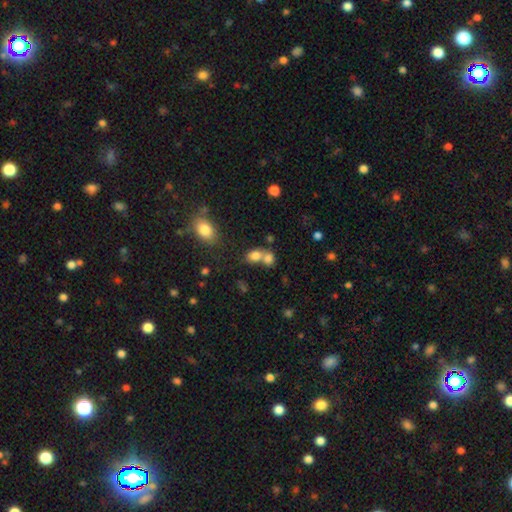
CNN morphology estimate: A smooth galaxy with no disk features (78%) that is in between round and cigar-shaped (60%).

Vote fractions:
- Smooth or featured? smooth: 78% / star or artifact: 12% / featured or disk: 10%
- How rounded? in between: 60% / round: 38% / cigar-shaped: 2%
- Merging? merger: 57% / none: 31% / minor disturbance: 7% / major disturbance: 4%